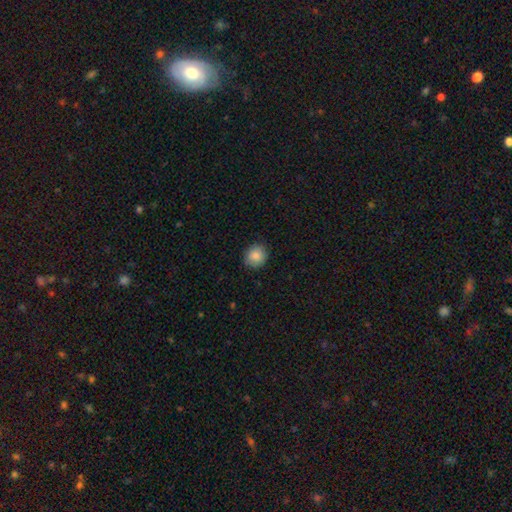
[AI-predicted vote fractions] Smooth or featured?
  - smooth: 87% *
  - star or artifact: 8%
  - featured or disk: 4%
How rounded?
  - round: 83% *
  - in between: 16%
  - cigar-shaped: 1%
Merging?
  - none: 87% *
  - minor disturbance: 10%
  - major disturbance: 2%
  - merger: 1%